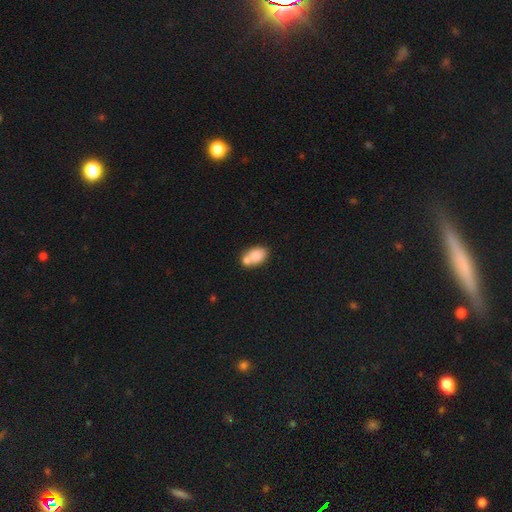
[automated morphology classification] This is likely a smooth galaxy (80%). How rounded: clearly in between (84%). Merging: marginally merger (43%).